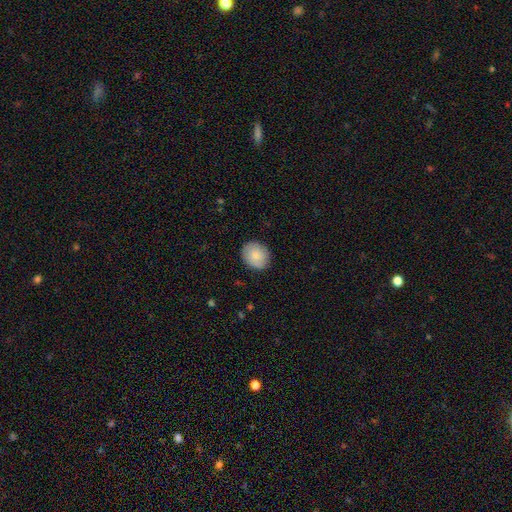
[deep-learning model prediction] Smooth or featured?
  - smooth: 82% *
  - featured or disk: 12%
  - star or artifact: 6%
How rounded?
  - round: 65% *
  - in between: 34%
  - cigar-shaped: 1%
Merging?
  - none: 87% *
  - minor disturbance: 10%
  - major disturbance: 2%
  - merger: 1%